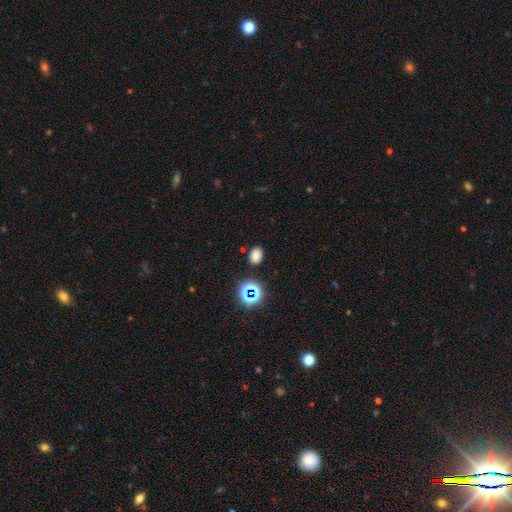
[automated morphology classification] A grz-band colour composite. It shows a smooth galaxy with no disk features (75%) that is in between round and cigar-shaped (73%). Merging: none (85%).